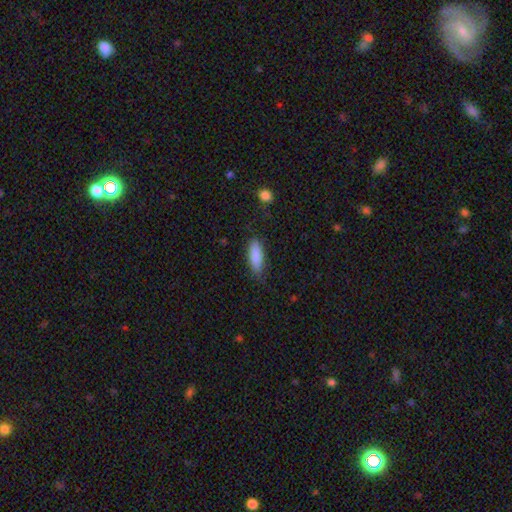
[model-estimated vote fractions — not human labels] Q: Smooth or featured?
A: smooth (87%); runner-up: star or artifact (7%)
Q: How rounded?
A: in between (62%); runner-up: cigar-shaped (36%)
Q: Merging?
A: none (76%); runner-up: minor disturbance (18%)